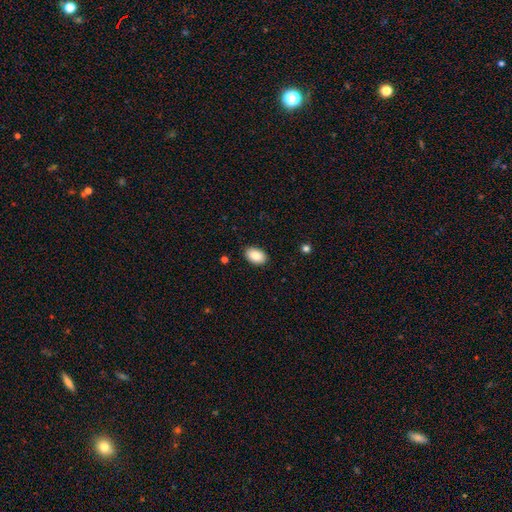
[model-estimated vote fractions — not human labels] The model was most divided on "merging": none: 88%, minor disturbance: 9%, major disturbance: 2%, merger: 1%. More confident: how rounded — in between (89%); smooth or featured — smooth (86%).